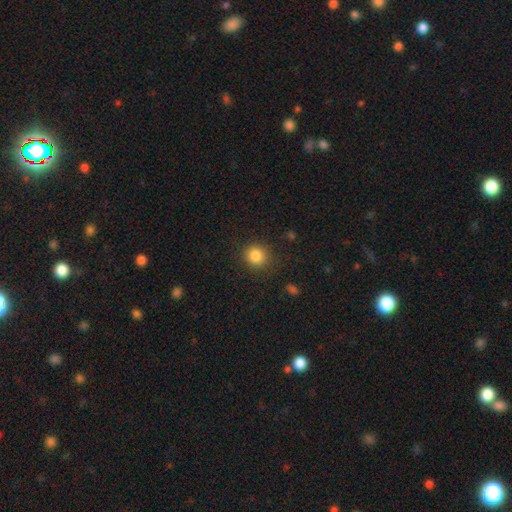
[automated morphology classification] Smooth or featured? smooth (85%)
How rounded? round (90%)
Merging? none (87%)